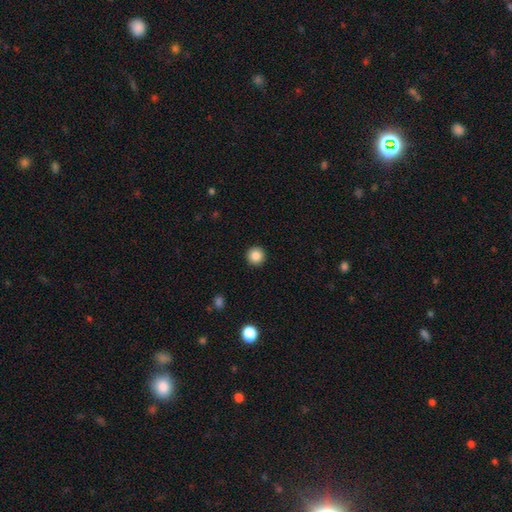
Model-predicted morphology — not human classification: smooth 85%, star or artifact 10%, featured or disk 5%. Down the decision tree: how rounded — round (96%); merging — none (93%).